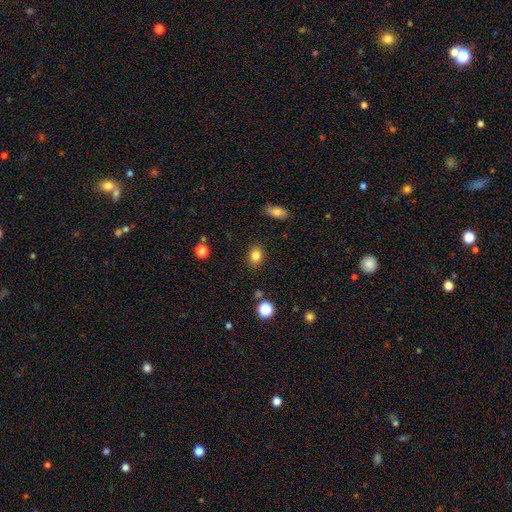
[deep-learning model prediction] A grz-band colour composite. It shows a smooth galaxy with no disk features (83%) that is in between round and cigar-shaped (63%). Merging: none (87%).